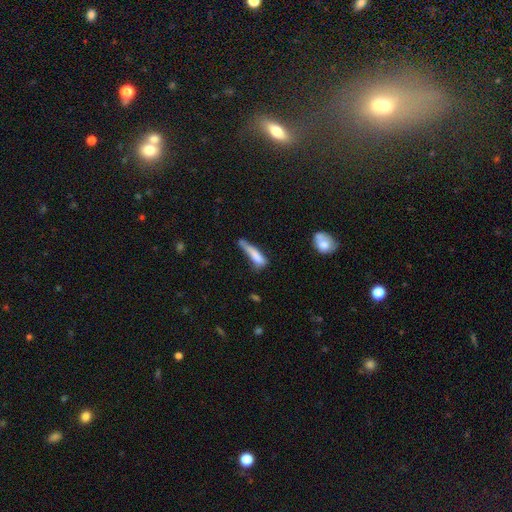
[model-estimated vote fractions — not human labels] Overall: smooth (72%). How rounded: cigar-shaped (76%). Merging: minor disturbance (34%; none 30%).